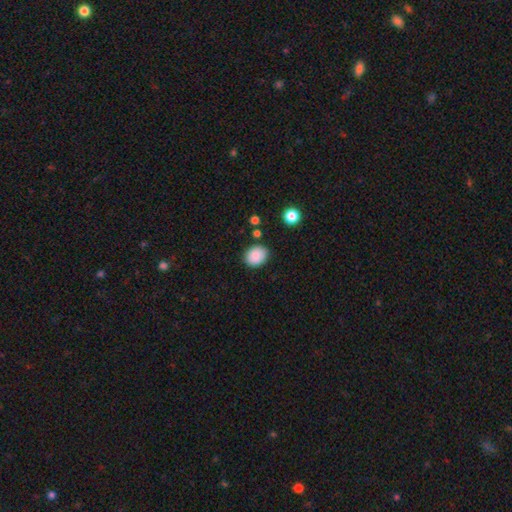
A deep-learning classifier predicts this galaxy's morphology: smooth-or-featured: smooth: 88% | star or artifact: 8% | featured or disk: 4%
  how-rounded: in between: 54% | round: 45% | cigar-shaped: 1%
  merging: none: 84% | minor disturbance: 11% | major disturbance: 3% | merger: 3%